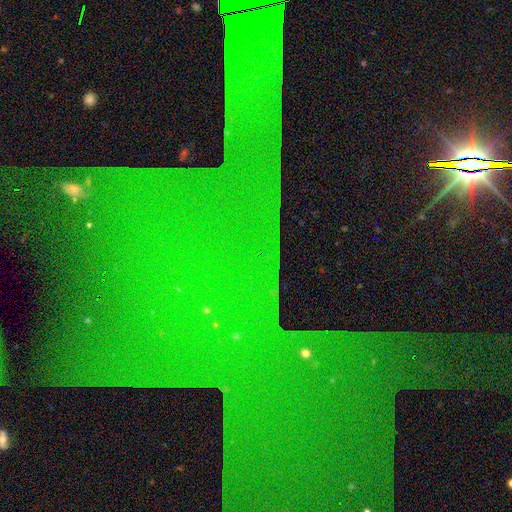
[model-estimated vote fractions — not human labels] The model was most divided on "smooth or featured": star or artifact: 83%, featured or disk: 9%, smooth: 8%.